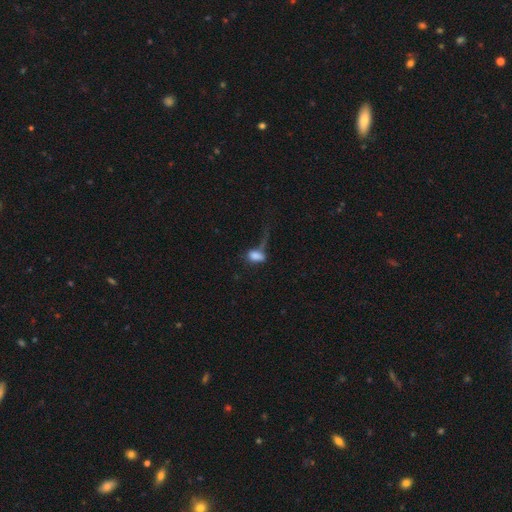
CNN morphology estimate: A smooth galaxy with no disk features (74%) that is in between round and cigar-shaped (85%).

Vote fractions:
- Smooth or featured? smooth: 74% / featured or disk: 15% / star or artifact: 11%
- How rounded? in between: 85% / round: 9% / cigar-shaped: 6%
- Merging? major disturbance: 46% / none: 23% / minor disturbance: 19% / merger: 11%